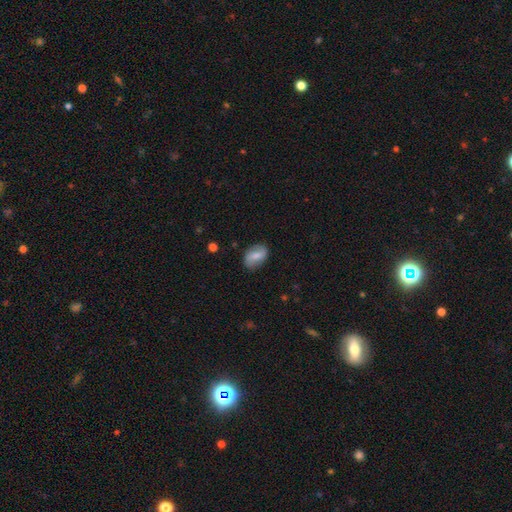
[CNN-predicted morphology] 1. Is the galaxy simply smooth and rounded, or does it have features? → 61% smooth, 31% featured or disk, 7% star or artifact.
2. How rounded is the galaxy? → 84% in between, 14% round, 2% cigar-shaped.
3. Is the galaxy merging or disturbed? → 81% none, 14% minor disturbance, 3% major disturbance, 1% merger.